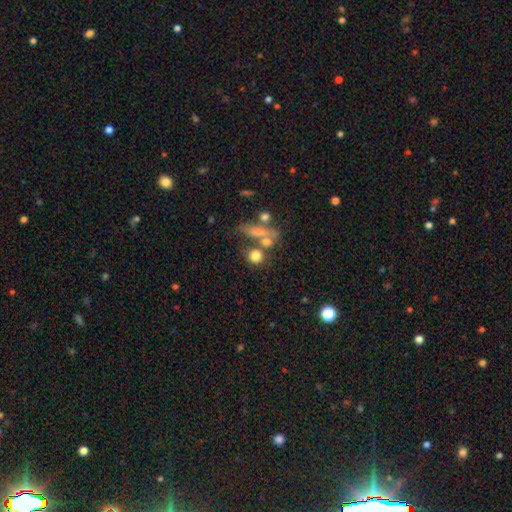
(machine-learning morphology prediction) A smooth galaxy with no disk features (76%) that is round (76%). Merging: none (49%).